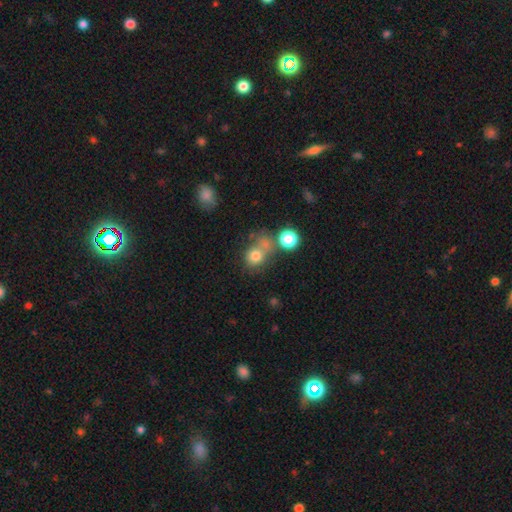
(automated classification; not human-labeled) smooth-or-featured: smooth: 75% | star or artifact: 14% | featured or disk: 11%
  how-rounded: round: 74% | in between: 25% | cigar-shaped: 1%
  merging: none: 44% | merger: 35% | minor disturbance: 13% | major disturbance: 8%